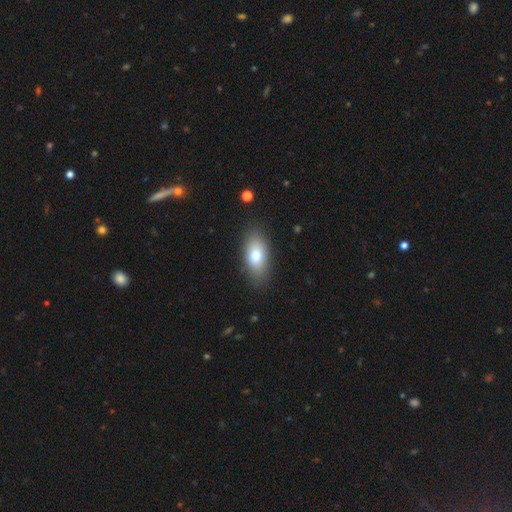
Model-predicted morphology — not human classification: smooth-or-featured: smooth: 75% | featured or disk: 17% | star or artifact: 9%
  how-rounded: in between: 87% | round: 7% | cigar-shaped: 6%
  merging: none: 85% | minor disturbance: 10% | major disturbance: 3% | merger: 1%